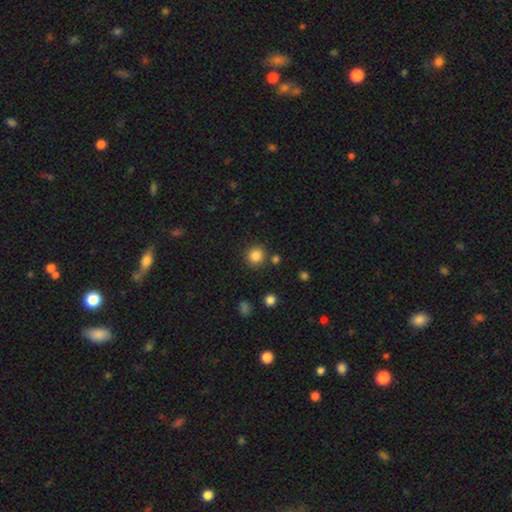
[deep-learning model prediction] Smooth or featured? Predicted: smooth (p=0.85). How rounded? Predicted: round (p=0.91). Merging? Predicted: none (p=0.84).